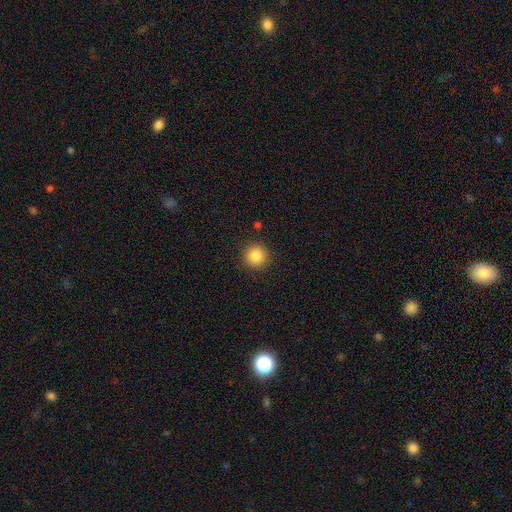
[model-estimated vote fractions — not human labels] Smooth or featured? Predicted: smooth (p=0.86). How rounded? Predicted: round (p=0.95). Merging? Predicted: none (p=0.91).